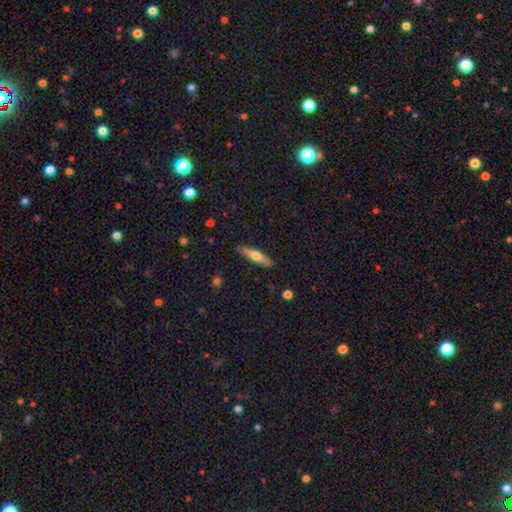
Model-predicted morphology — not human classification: smooth 52%, featured or disk 42%, star or artifact 6%. Down the decision tree: how rounded — cigar-shaped (79%); merging — none (88%).